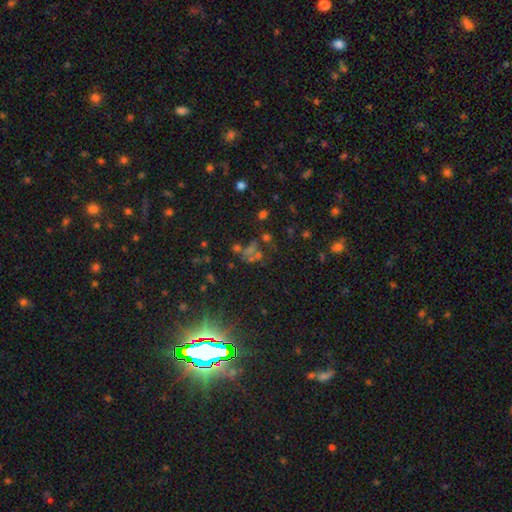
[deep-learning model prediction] star or artifact 61%, smooth 24%, featured or disk 16%.